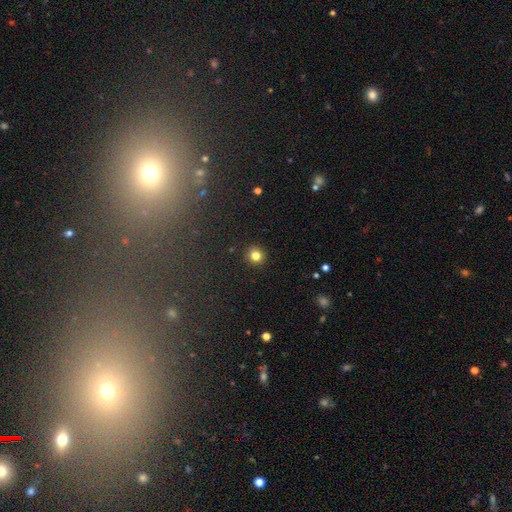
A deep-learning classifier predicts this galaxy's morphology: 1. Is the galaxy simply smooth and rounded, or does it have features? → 81% smooth, 12% star or artifact, 6% featured or disk.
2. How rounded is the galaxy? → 91% round, 8% in between, 1% cigar-shaped.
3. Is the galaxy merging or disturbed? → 92% none, 5% minor disturbance, 2% major disturbance, 1% merger.